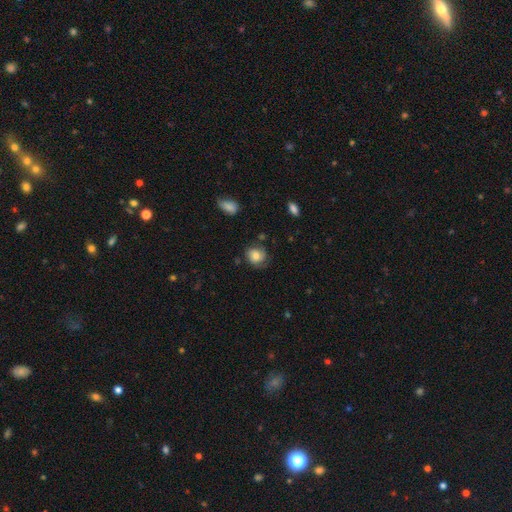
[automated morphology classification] Smooth or featured: smooth — 57% (featured or disk — 34%)
How rounded: round — 73% (in between — 26%)
Merging: none — 64% (minor disturbance — 24%)